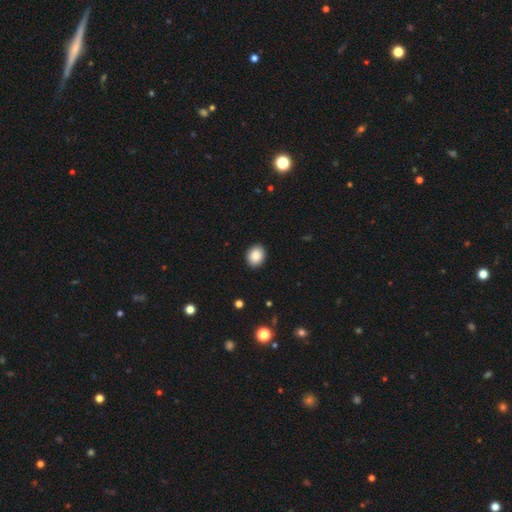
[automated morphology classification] A smooth galaxy with no disk features (87%) that is in between round and cigar-shaped (52%). Merging: none (91%).